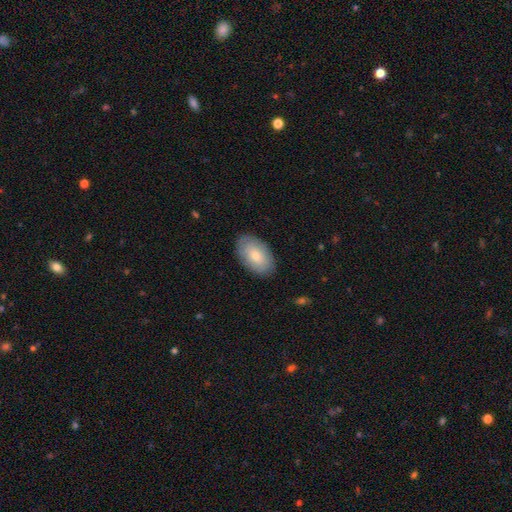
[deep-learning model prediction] A smooth galaxy with no disk features (72%) that is in between round and cigar-shaped (94%).

Vote fractions:
- Smooth or featured? smooth: 72% / featured or disk: 22% / star or artifact: 6%
- How rounded? in between: 94% / round: 4% / cigar-shaped: 1%
- Merging? none: 85% / minor disturbance: 12% / major disturbance: 3% / merger: 1%